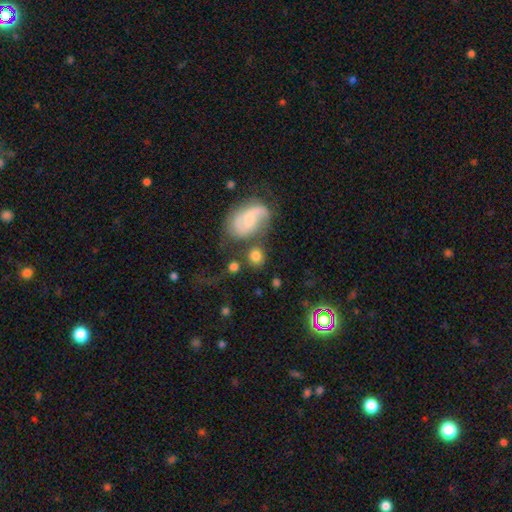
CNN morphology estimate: This is likely a smooth galaxy (69%). How rounded: likely round (74%). Merging: likely none (61%).